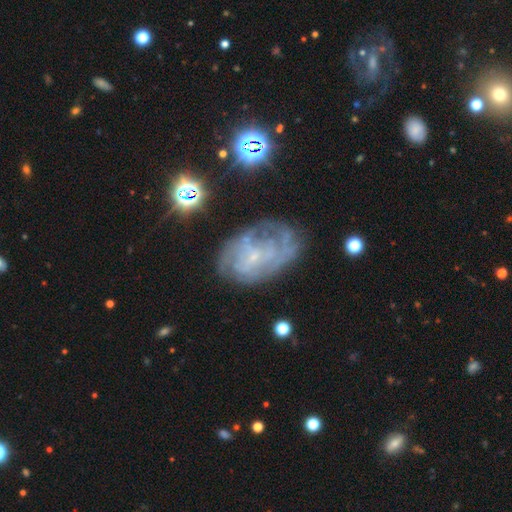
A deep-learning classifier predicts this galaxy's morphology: This appears to be a featured or disk galaxy (69%) with no bar (66%), spiral arms (65%) and a small central bulge (69%). Merging: none (54%).